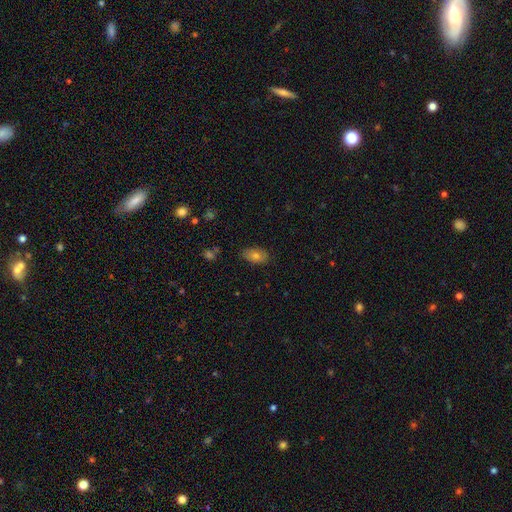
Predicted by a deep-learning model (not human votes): Overall: smooth (76%). How rounded: in between (88%). Merging: none (80%).